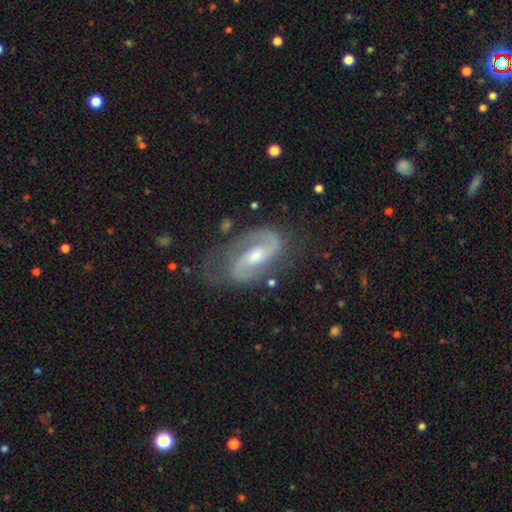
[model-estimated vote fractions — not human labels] featured or disk 89%, smooth 6%, star or artifact 5%. Down the decision tree: edge-on disk — no (97%); bar — weak (43%); spiral arms — yes (97%); spiral arm count — 2 (89%); spiral winding — medium (54%); bulge size — moderate (52%); merging — none (67%).